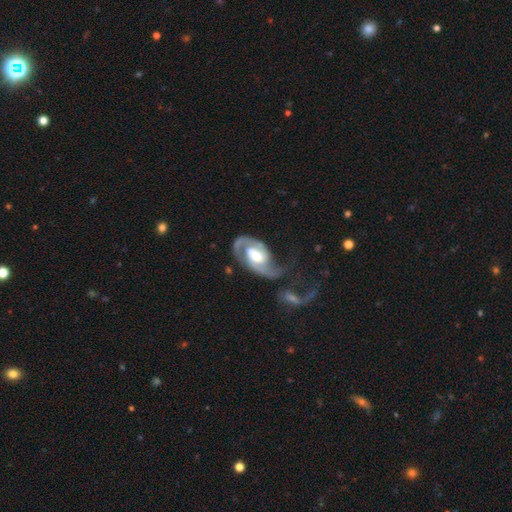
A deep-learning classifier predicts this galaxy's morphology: Overall: featured or disk (88%). Edge-on disk: no (97%). Bar: weak (44%; no 32%). Spiral arms: yes (96%). Spiral arm count: 2 (86%). Spiral winding: medium (49%; tight 33%). Bulge size: moderate (56%; large 28%). Merging: none (45%; major disturbance 25%).